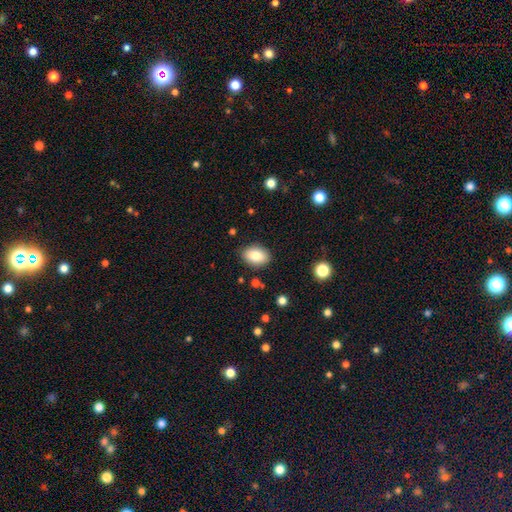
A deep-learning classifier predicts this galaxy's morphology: This appears to be a smooth galaxy with no disk features (82%) that is in between round and cigar-shaped (84%). Merging: none (86%).